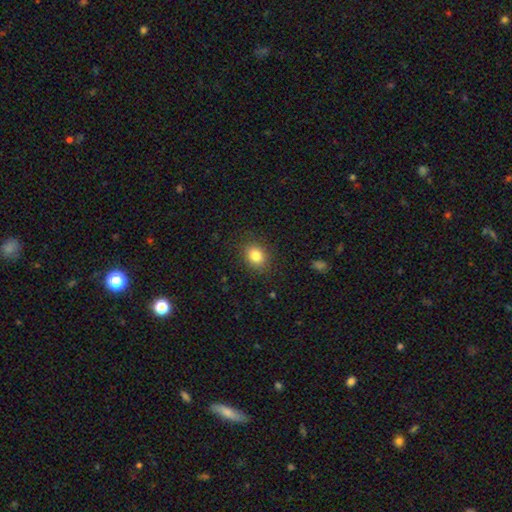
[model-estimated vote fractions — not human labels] smooth-or-featured: smooth: 83% | star or artifact: 11% | featured or disk: 6%
  how-rounded: round: 52% | in between: 47% | cigar-shaped: 1%
  merging: none: 87% | minor disturbance: 9% | major disturbance: 3% | merger: 1%